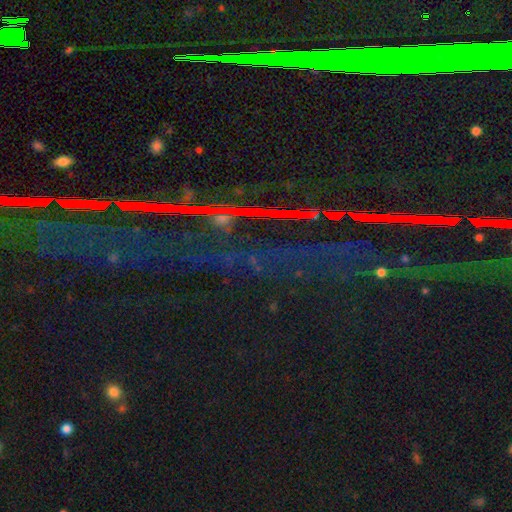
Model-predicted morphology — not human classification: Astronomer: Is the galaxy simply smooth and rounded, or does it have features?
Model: star or artifact — 85%.